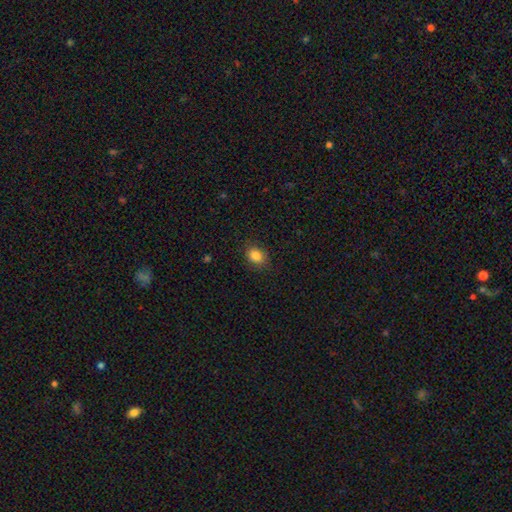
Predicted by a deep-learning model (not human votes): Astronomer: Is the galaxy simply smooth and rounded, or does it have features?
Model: smooth — 84%.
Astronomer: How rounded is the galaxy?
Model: in between — 61% (runner-up: round, 38%).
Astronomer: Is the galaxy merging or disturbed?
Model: none — 85%.